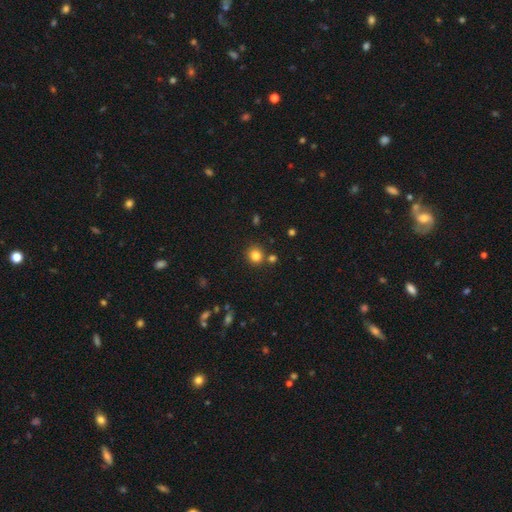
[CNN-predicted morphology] A smooth galaxy with no disk features (82%) that is round (89%).

Vote fractions:
- Smooth or featured? smooth: 82% / star or artifact: 13% / featured or disk: 5%
- How rounded? round: 89% / in between: 10% / cigar-shaped: 1%
- Merging? none: 80% / merger: 10% / minor disturbance: 8% / major disturbance: 3%